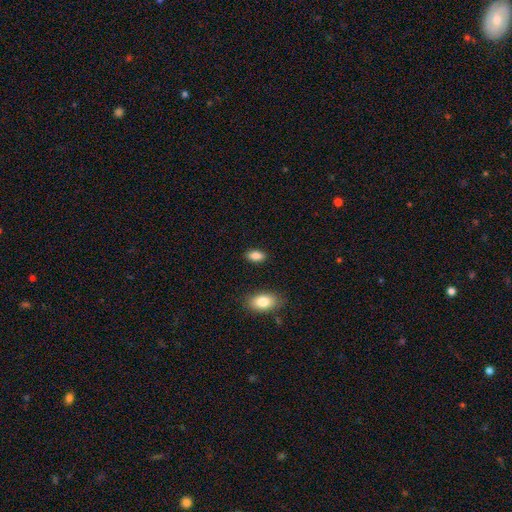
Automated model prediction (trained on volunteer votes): smooth-or-featured: smooth: 86% | star or artifact: 8% | featured or disk: 6%
  how-rounded: in between: 91% | round: 6% | cigar-shaped: 3%
  merging: none: 87% | minor disturbance: 8% | major disturbance: 2% | merger: 2%